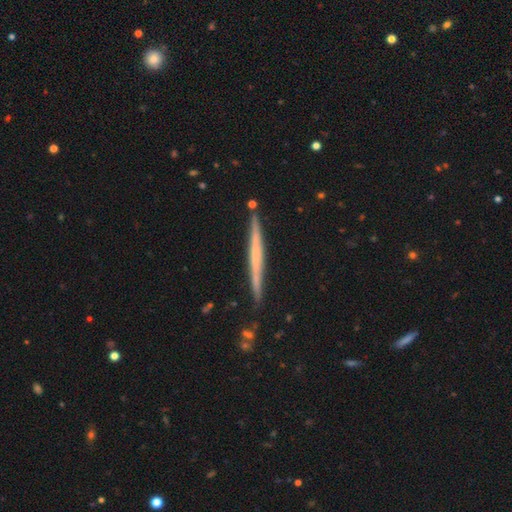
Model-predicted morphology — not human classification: type=featured or disk (57%); edge-on=yes (98%); edge-on bulge=none (83%); merging=none (88%).